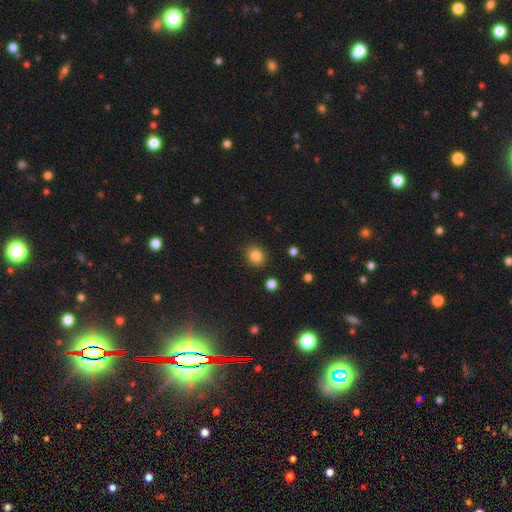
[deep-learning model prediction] This appears to be a smooth galaxy with no disk features (84%) that is round (73%). Merging: none (86%).